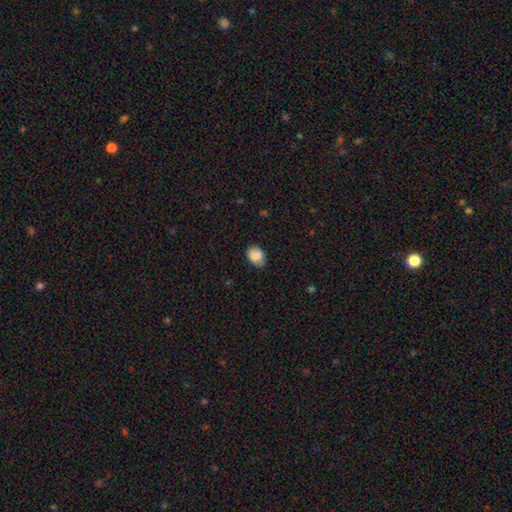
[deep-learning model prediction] smooth_or_featured: smooth (p=0.80) [alt: featured or disk p=0.12]
how_rounded: in between (p=0.70) [alt: round p=0.29]
merging: none (p=0.74) [alt: minor disturbance p=0.21]